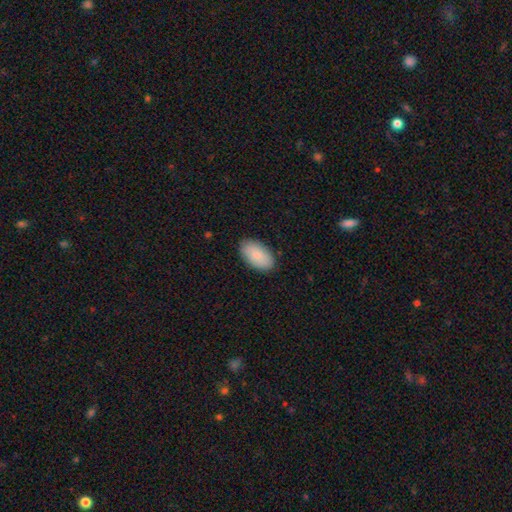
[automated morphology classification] A smooth galaxy with no disk features (87%) that is in between round and cigar-shaped (95%). Merging: none (88%).